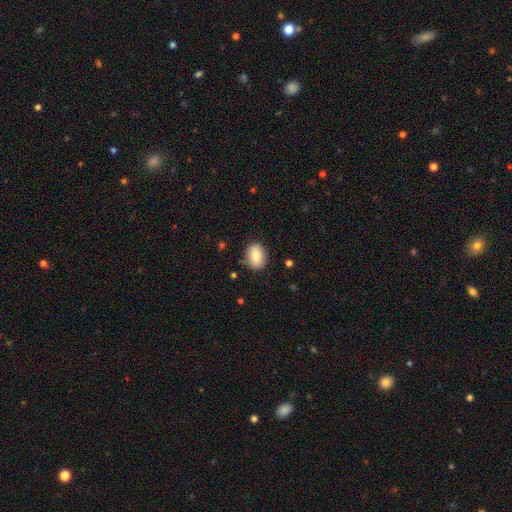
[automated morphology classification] A smooth galaxy with no disk features (78%) that is in between round and cigar-shaped (71%).

Vote fractions:
- Smooth or featured? smooth: 78% / featured or disk: 14% / star or artifact: 8%
- How rounded? in between: 71% / round: 28% / cigar-shaped: 1%
- Merging? none: 83% / minor disturbance: 13% / major disturbance: 3% / merger: 1%